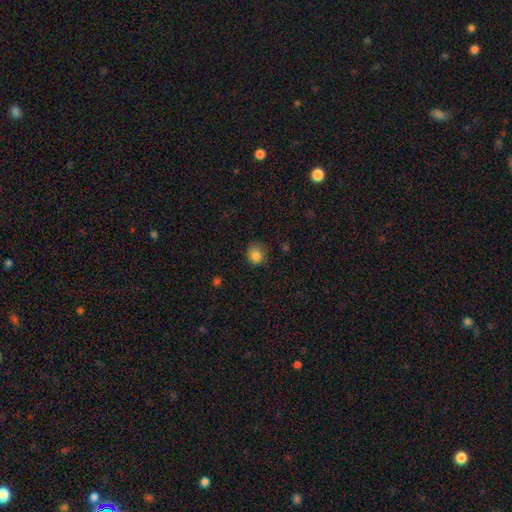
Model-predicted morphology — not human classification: The model was most divided on "merging": none: 74%, minor disturbance: 20%, major disturbance: 5%, merger: 1%. More confident: smooth or featured — smooth (84%); how rounded — round (78%).